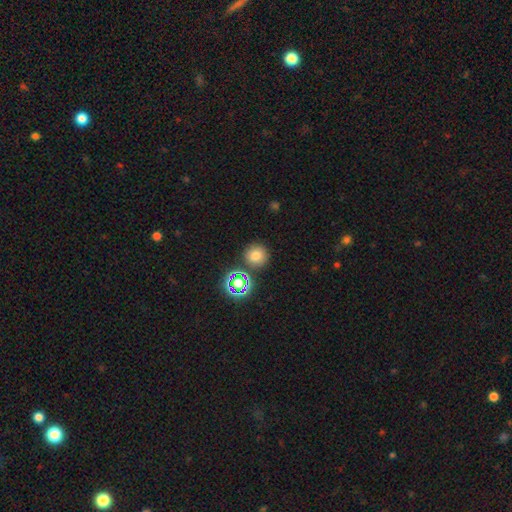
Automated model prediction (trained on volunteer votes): Smooth or featured? Predicted: smooth (p=0.72). How rounded? Predicted: round (p=0.91). Merging? Predicted: none (p=0.82).